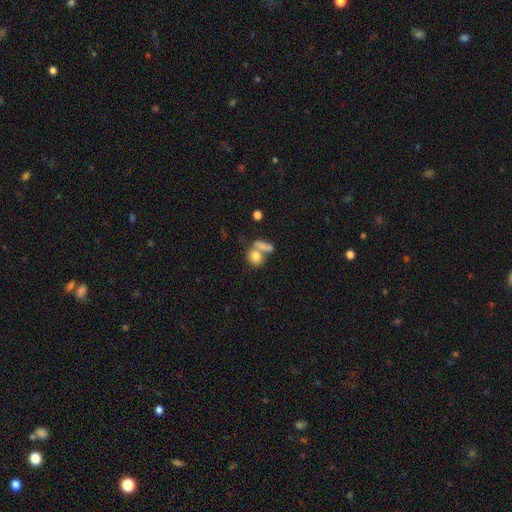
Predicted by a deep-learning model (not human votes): Smooth or featured: smooth — 76% (featured or disk — 14%)
How rounded: round — 52% (in between — 44%)
Merging: merger — 47% (none — 37%)